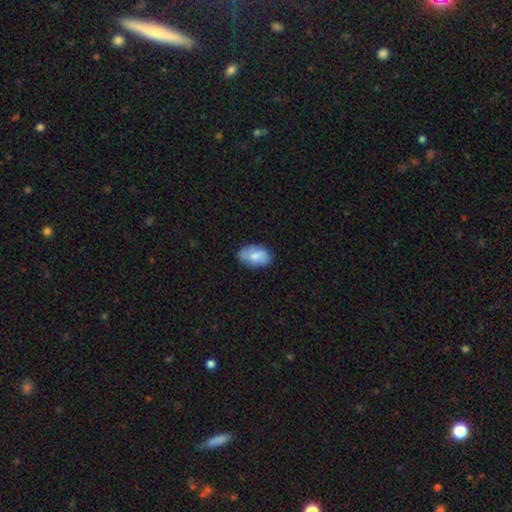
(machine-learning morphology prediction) type=smooth (70%); roundness=in between (90%); merging=none (78%).